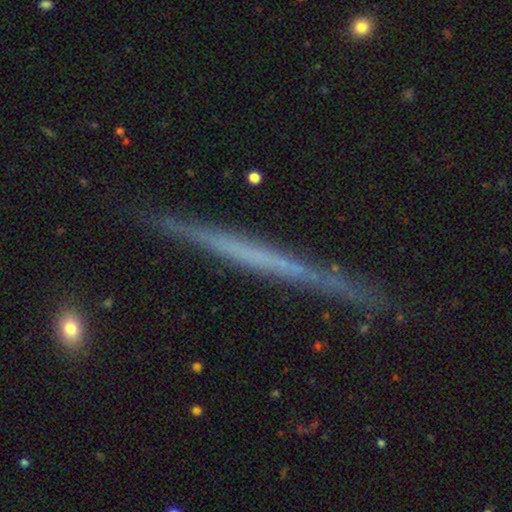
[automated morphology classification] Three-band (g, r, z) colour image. It shows a featured or disk galaxy (64%) viewed edge-on (97%) with no central bulge (93%). Merging: none (88%).